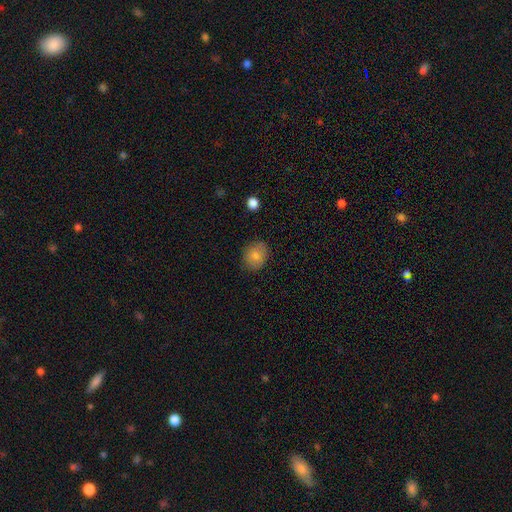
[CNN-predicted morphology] Smooth or featured? Predicted: smooth (p=0.81). How rounded? Predicted: round (p=0.59). Merging? Predicted: none (p=0.81).